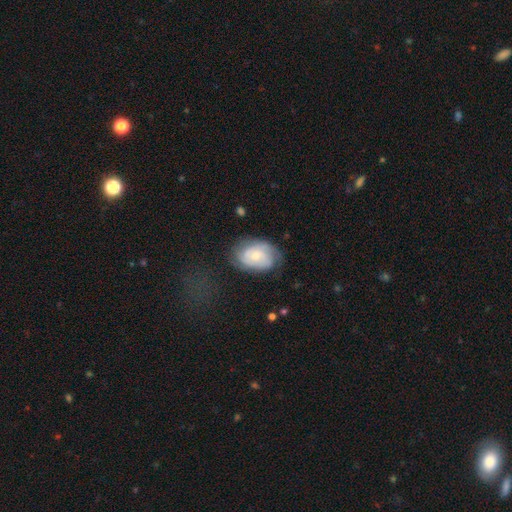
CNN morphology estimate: A featured or disk galaxy (60%) with no bar (75%), spiral arms (83%) and a small central bulge (61%). Merging: none (66%).